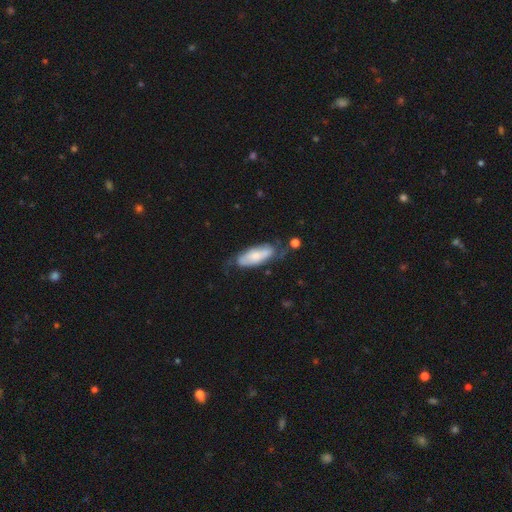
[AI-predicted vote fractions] Smooth or featured: smooth — 48% (featured or disk — 45%)
Merging: none — 56% (minor disturbance — 28%)